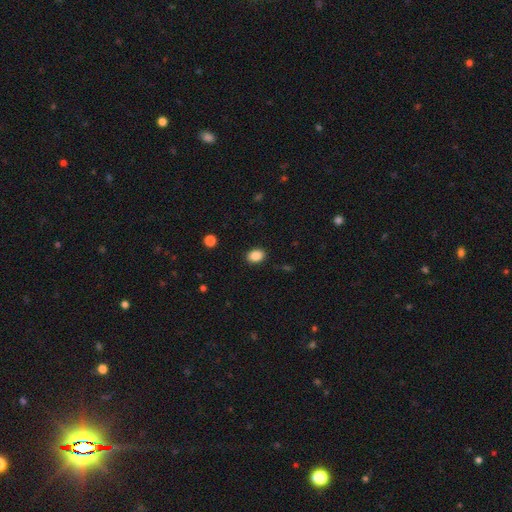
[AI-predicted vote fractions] A smooth galaxy with no disk features (88%) that is in between round and cigar-shaped (70%). Merging: none (89%).